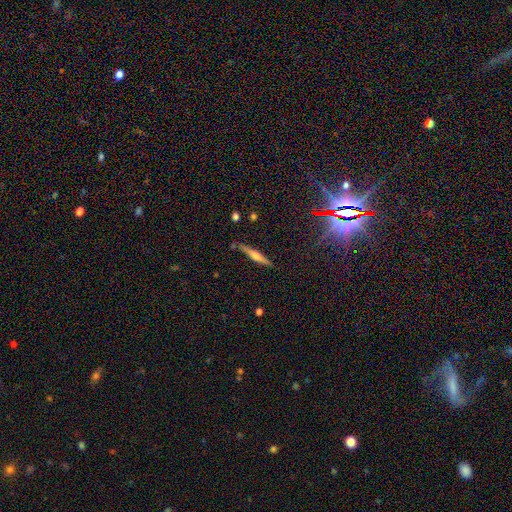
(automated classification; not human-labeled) featured or disk 54%, smooth 36%, star or artifact 9%. Down the decision tree: edge-on disk — yes (96%); edge-on bulge — rounded (72%); merging — none (84%).